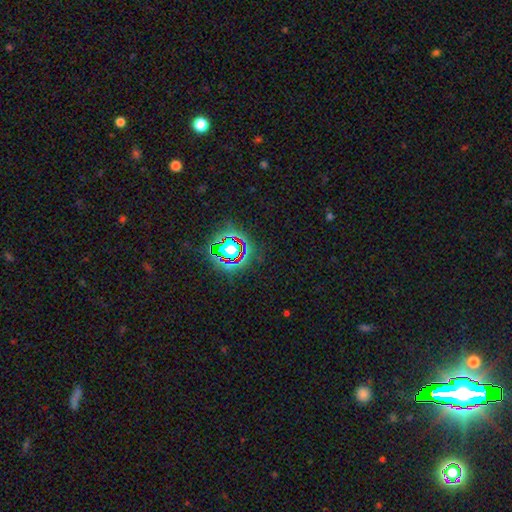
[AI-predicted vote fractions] smooth_or_featured: star or artifact (p=0.81) [alt: smooth p=0.11]